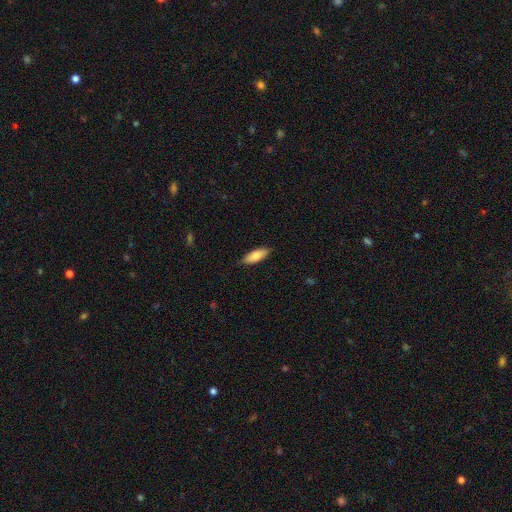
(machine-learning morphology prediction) type=smooth (82%); roundness=in between (67%); merging=none (85%).